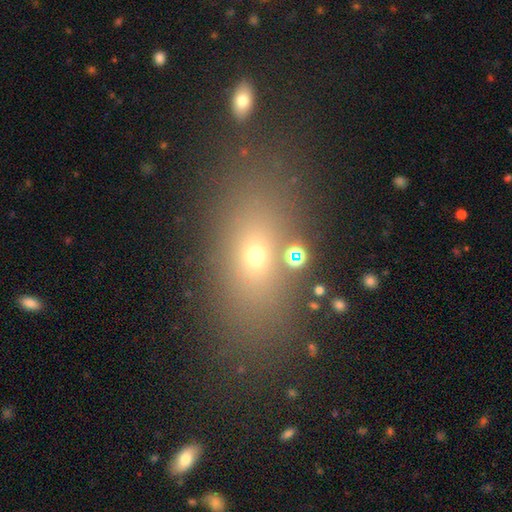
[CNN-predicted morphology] A smooth galaxy with no disk features (62%) that is in between round and cigar-shaped (75%). Merging: none (74%).